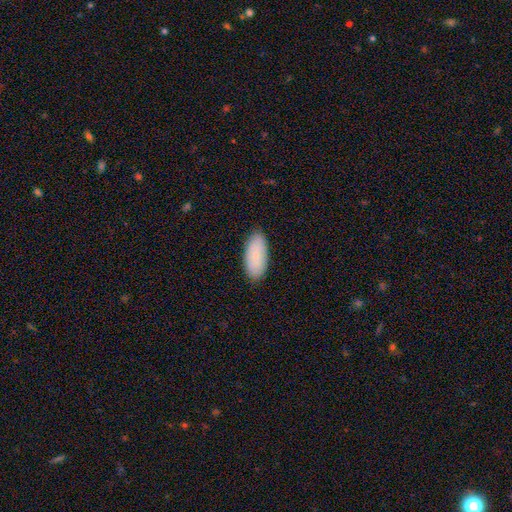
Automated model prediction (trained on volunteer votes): smooth_or_featured: smooth (p=0.84) [alt: featured or disk p=0.10]
how_rounded: in between (p=0.92) [alt: cigar-shaped p=0.06]
merging: none (p=0.87) [alt: minor disturbance p=0.10]